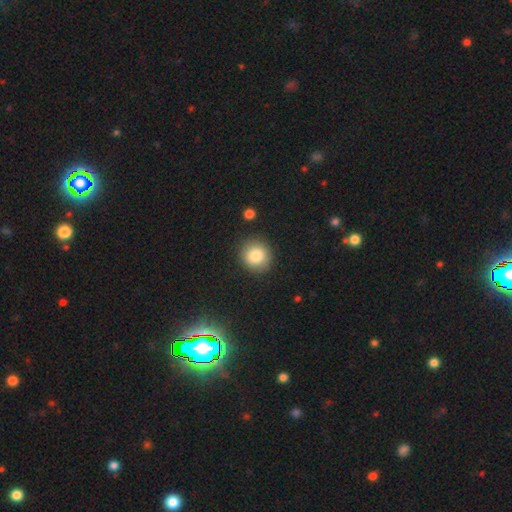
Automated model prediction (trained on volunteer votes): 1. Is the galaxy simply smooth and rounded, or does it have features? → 83% smooth, 10% star or artifact, 7% featured or disk.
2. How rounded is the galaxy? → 88% round, 11% in between, 1% cigar-shaped.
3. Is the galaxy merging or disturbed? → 88% none, 8% minor disturbance, 2% major disturbance, 2% merger.